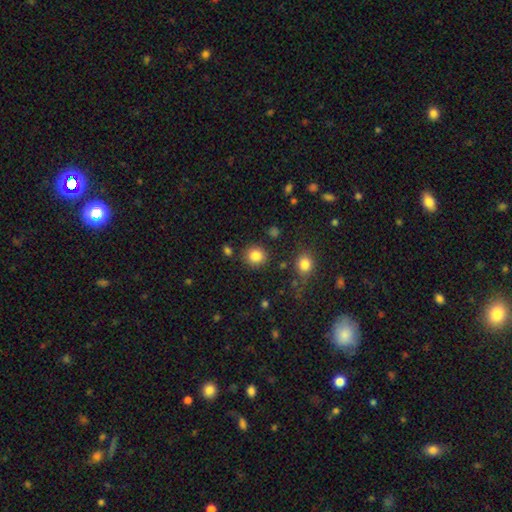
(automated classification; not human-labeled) This appears to be a smooth galaxy with no disk features (85%) that is round (87%). Merging: none (85%).